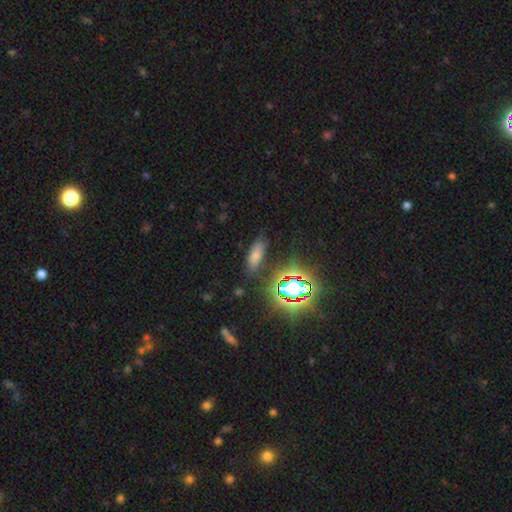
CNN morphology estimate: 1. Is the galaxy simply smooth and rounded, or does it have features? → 63% smooth, 26% star or artifact, 11% featured or disk.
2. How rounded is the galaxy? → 68% in between, 27% cigar-shaped, 5% round.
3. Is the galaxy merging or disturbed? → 80% none, 12% minor disturbance, 4% major disturbance, 3% merger.